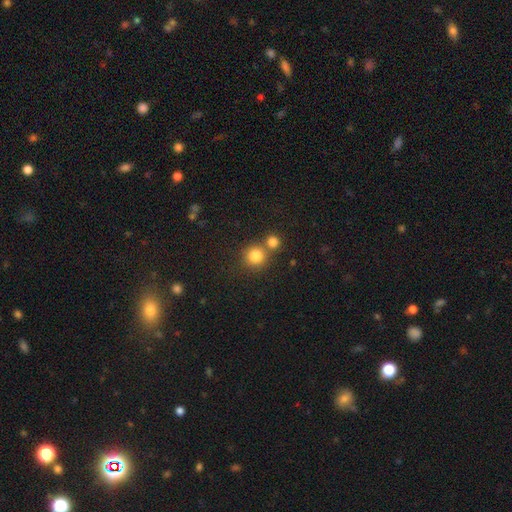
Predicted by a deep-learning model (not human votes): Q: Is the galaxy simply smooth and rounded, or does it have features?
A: smooth — 82%.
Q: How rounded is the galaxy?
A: round — 91%.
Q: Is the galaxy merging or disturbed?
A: none — 62%.